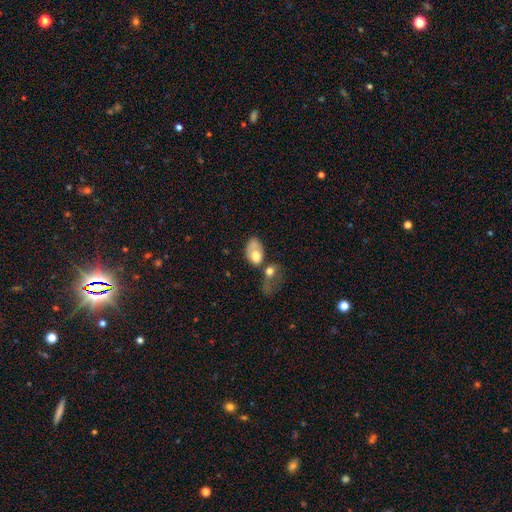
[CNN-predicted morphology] Smooth or featured: smooth — 64% (featured or disk — 29%)
How rounded: in between — 81% (round — 18%)
Merging: merger — 49% (major disturbance — 20%)